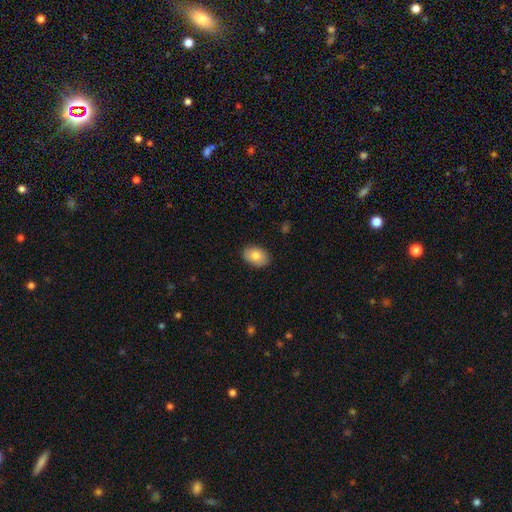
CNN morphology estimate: A smooth galaxy with no disk features (81%) that is in between round and cigar-shaped (85%).

Vote fractions:
- Smooth or featured? smooth: 81% / featured or disk: 12% / star or artifact: 7%
- How rounded? in between: 85% / round: 14% / cigar-shaped: 1%
- Merging? none: 86% / minor disturbance: 11% / major disturbance: 2% / merger: 1%